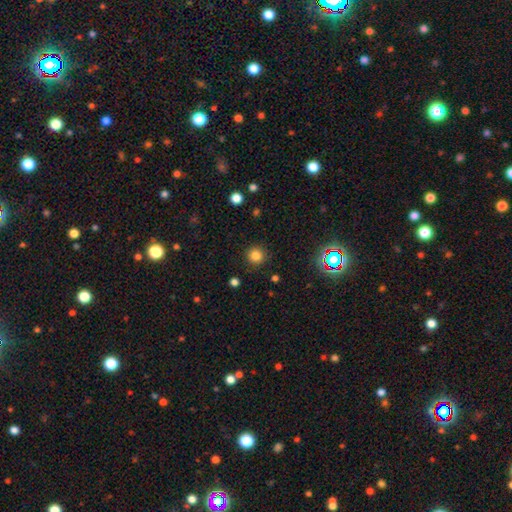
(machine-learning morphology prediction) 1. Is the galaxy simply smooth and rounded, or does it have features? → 81% smooth, 14% star or artifact, 5% featured or disk.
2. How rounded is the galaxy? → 94% round, 5% in between, 1% cigar-shaped.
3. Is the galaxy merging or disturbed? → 91% none, 6% minor disturbance, 2% major disturbance, 1% merger.